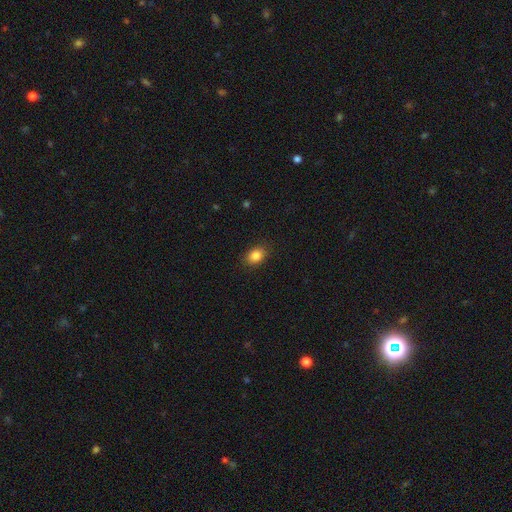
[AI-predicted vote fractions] Overall: smooth (86%). How rounded: in between (69%). Merging: none (86%).